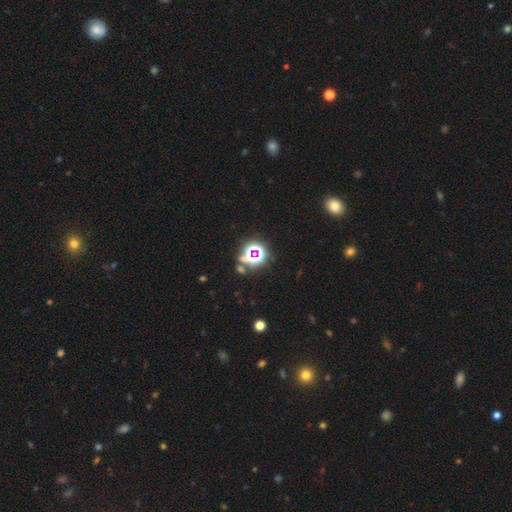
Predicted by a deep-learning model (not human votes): Q: Smooth or featured?
A: star or artifact (70%); runner-up: smooth (20%)